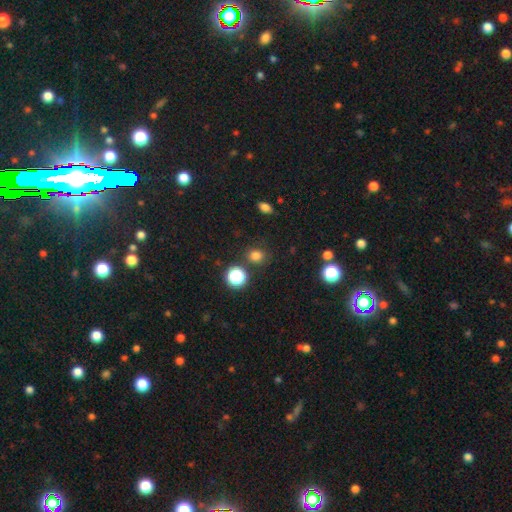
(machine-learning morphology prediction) Overall: smooth (77%). How rounded: round (77%). Merging: none (81%).